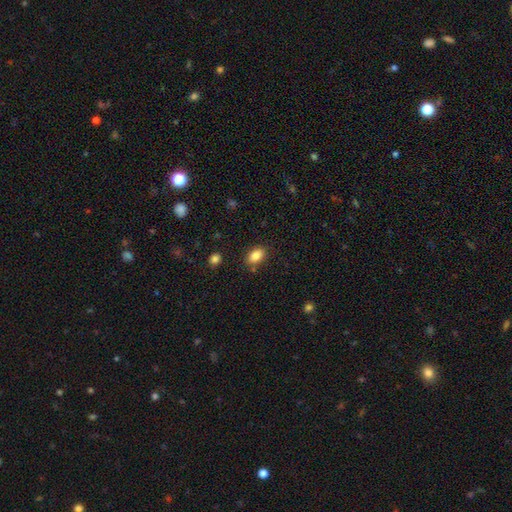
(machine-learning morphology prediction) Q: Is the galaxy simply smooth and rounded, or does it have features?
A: smooth — 85%.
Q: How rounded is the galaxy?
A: in between — 86%.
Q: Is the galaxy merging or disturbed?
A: none — 82%.